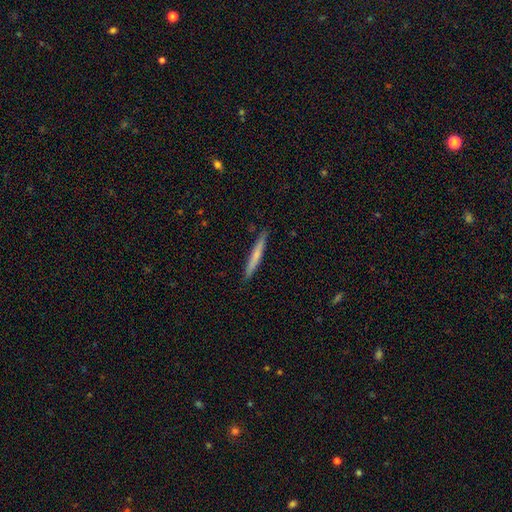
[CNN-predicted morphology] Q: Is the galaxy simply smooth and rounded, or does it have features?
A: smooth — 56%.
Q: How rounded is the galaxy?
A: cigar-shaped — 96%.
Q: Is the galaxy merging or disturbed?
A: none — 90%.